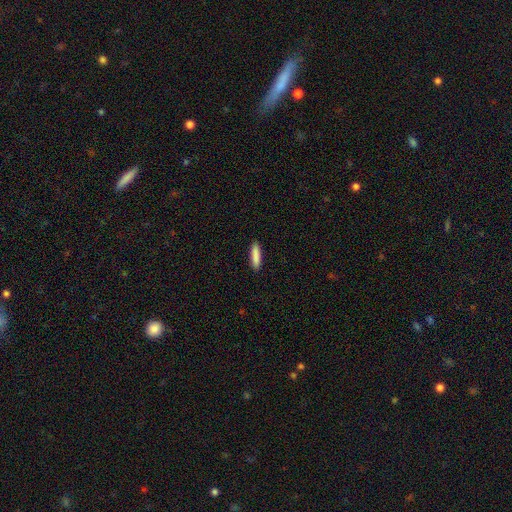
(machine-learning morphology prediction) type=smooth (89%); roundness=cigar-shaped (76%); merging=none (91%).